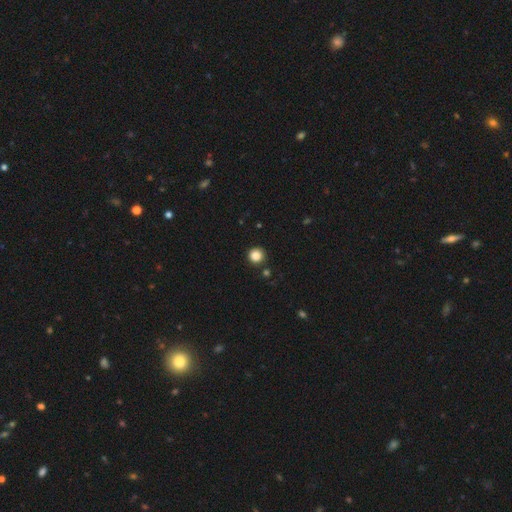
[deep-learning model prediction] Overall: smooth (85%). How rounded: round (95%). Merging: none (90%).